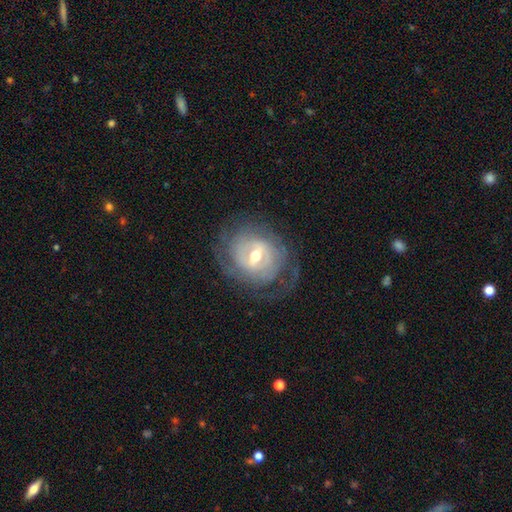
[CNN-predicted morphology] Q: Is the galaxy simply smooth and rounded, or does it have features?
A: featured or disk — 80%.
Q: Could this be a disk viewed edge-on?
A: no — 95%.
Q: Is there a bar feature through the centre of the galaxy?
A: weak — 48%.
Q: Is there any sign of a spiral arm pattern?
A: yes — 76%.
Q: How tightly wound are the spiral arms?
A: tight — 62%.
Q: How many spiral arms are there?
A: can't tell — 45%.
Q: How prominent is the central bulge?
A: moderate — 69%.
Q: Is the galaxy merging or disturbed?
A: none — 68%.